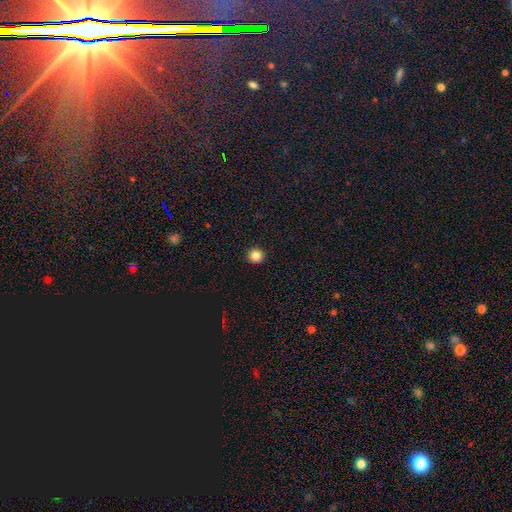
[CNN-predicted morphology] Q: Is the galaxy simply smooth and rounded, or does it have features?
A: smooth — 84%.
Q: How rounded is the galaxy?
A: round — 95%.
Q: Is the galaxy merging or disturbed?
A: none — 94%.